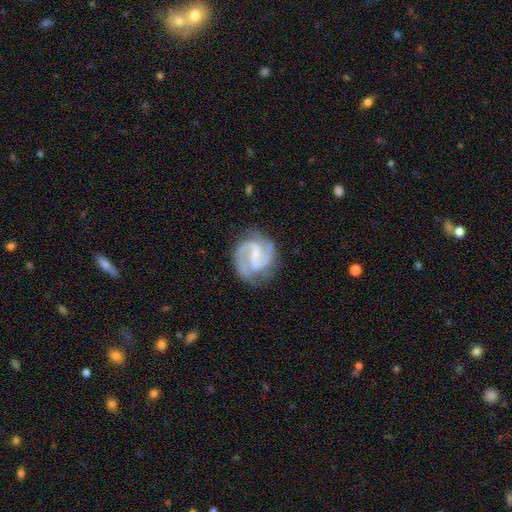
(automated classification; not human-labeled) smooth-or-featured: featured or disk: 90% | smooth: 6% | star or artifact: 4%
  disk-edge-on: no: 98% | yes: 2%
    bar: weak: 51% | strong: 29% | no: 20%
    has-spiral-arms: yes: 98% | no: 2%
      spiral-winding: medium: 56% | tight: 31% | loose: 13%
      spiral-arm-count: 2: 85% | 3: 7% | can't tell: 3% | 1: 2% | 4: 2% | more than 4: 1%
    bulge-size: small: 56% | none: 23% | moderate: 19% | large: 2% | dominant: 1%
  merging: none: 76% | minor disturbance: 16% | major disturbance: 6% | merger: 2%